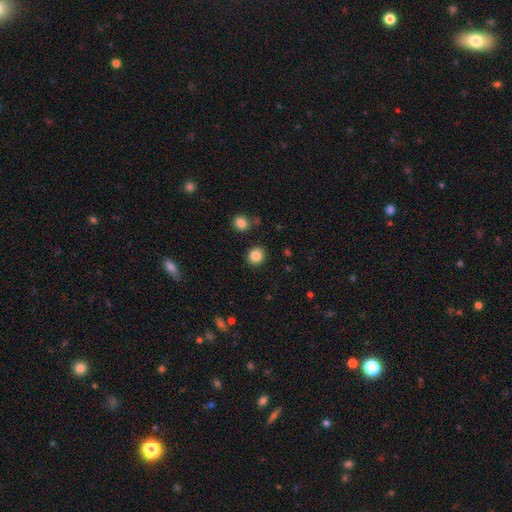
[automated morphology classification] smooth-or-featured: smooth: 86% | star or artifact: 10% | featured or disk: 4%
  how-rounded: round: 89% | in between: 10% | cigar-shaped: 1%
  merging: none: 90% | minor disturbance: 6% | merger: 2% | major disturbance: 2%